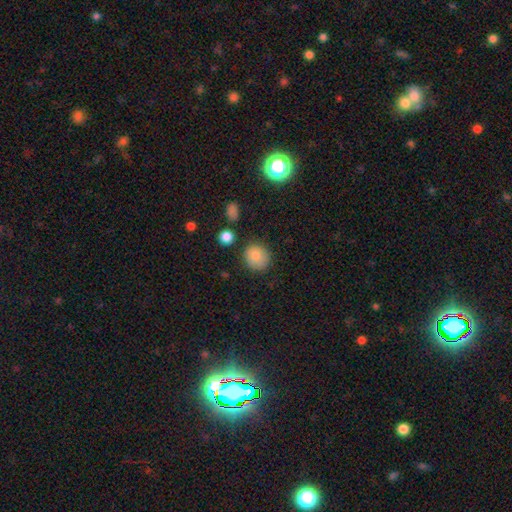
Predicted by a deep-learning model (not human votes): Morphology: type=smooth (83%); roundness=round (85%); merging=none (82%).